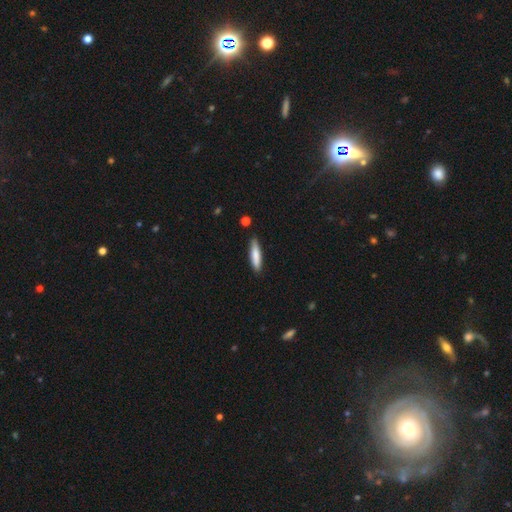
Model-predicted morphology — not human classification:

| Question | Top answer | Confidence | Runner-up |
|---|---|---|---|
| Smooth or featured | smooth | 80% | featured or disk (15%) |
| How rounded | cigar-shaped | 80% | in between (18%) |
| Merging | none | 85% | minor disturbance (11%) |